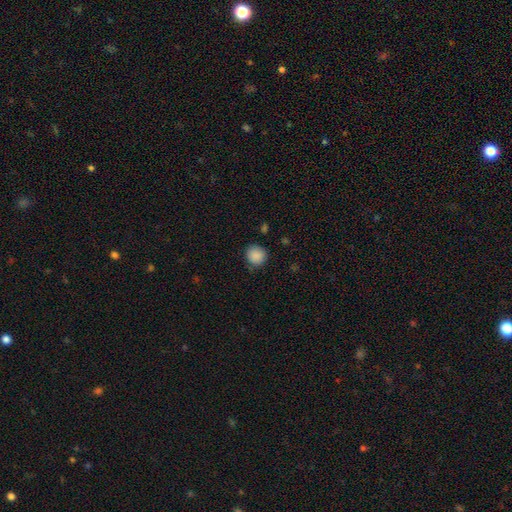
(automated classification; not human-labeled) A smooth galaxy with no disk features (88%) that is round (90%). Merging: none (82%).